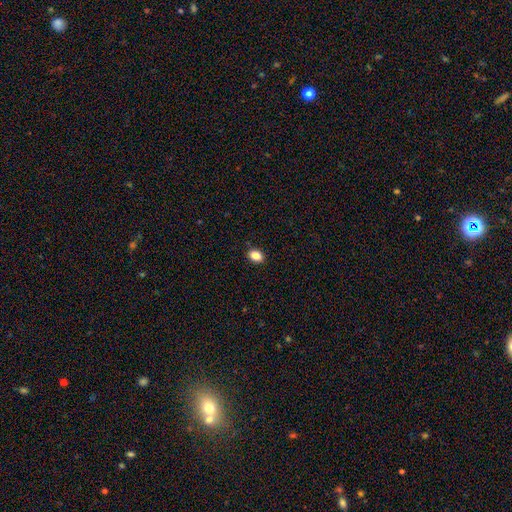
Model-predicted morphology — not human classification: smooth-or-featured: smooth: 86% | star or artifact: 10% | featured or disk: 5%
  how-rounded: in between: 70% | round: 29% | cigar-shaped: 1%
  merging: none: 89% | minor disturbance: 8% | major disturbance: 2% | merger: 1%